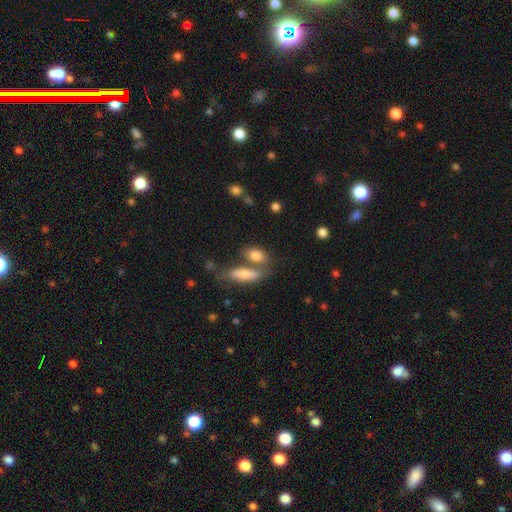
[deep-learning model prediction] The model was most divided on "merging": none: 46%, merger: 37%, minor disturbance: 12%, major disturbance: 5%. More confident: smooth or featured — smooth (80%); how rounded — in between (76%).